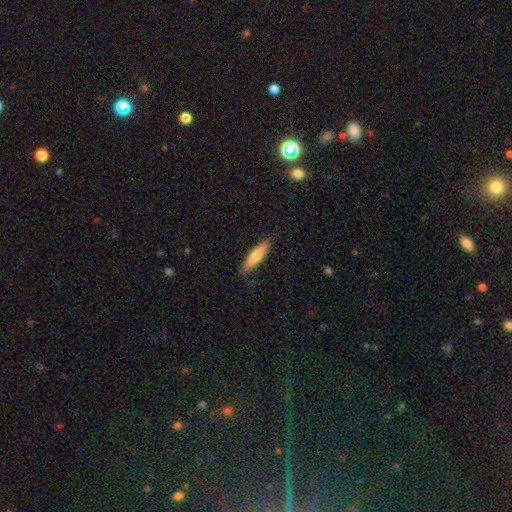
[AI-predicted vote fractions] Smooth or featured? Predicted: smooth (p=0.70). How rounded? Predicted: cigar-shaped (p=0.78). Merging? Predicted: none (p=0.89).